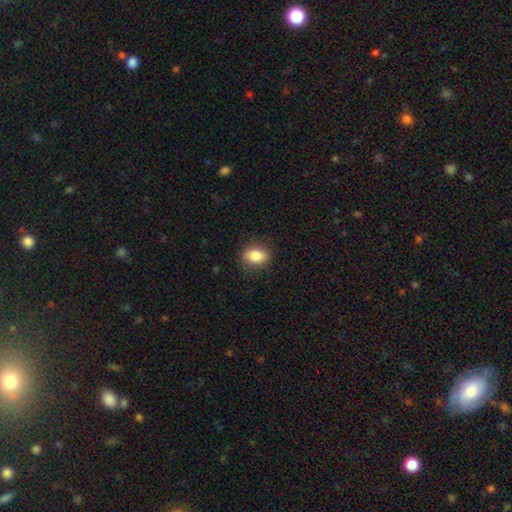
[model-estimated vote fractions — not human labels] Smooth or featured? smooth (85%)
How rounded? in between (74%)
Merging? none (86%)